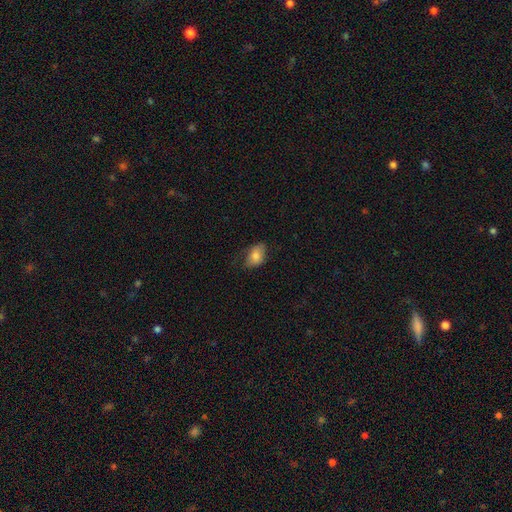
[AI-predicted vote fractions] smooth 77%, featured or disk 15%, star or artifact 8%. Down the decision tree: how rounded — in between (84%); merging — none (60%).